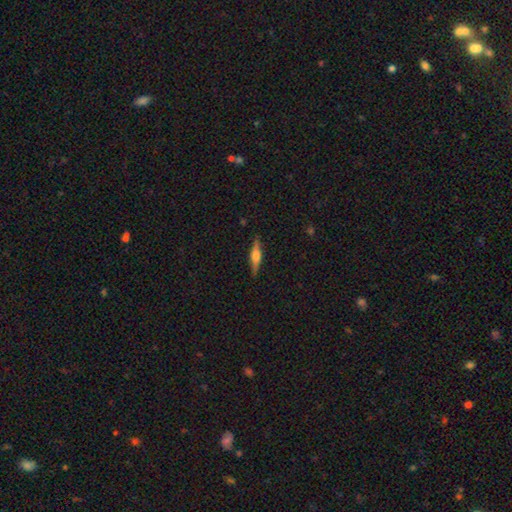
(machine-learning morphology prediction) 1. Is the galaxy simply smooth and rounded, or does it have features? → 65% featured or disk, 28% smooth, 7% star or artifact.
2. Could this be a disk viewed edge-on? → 97% yes, 3% no.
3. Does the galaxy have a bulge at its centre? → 77% rounded, 19% boxy, 4% none.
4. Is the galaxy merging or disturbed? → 88% none, 9% minor disturbance, 2% major disturbance, 1% merger.